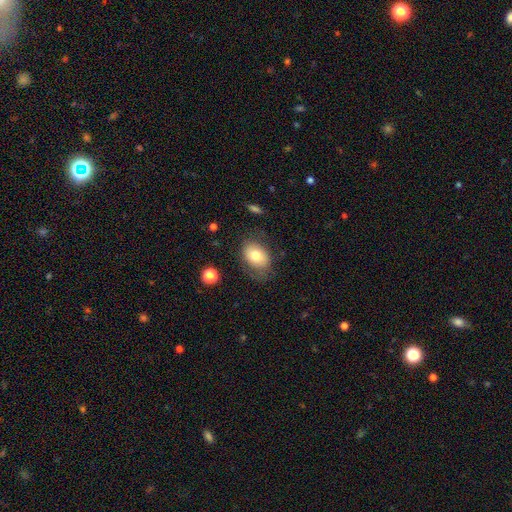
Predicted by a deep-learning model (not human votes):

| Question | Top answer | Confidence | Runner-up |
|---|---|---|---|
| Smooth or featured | smooth | 73% | featured or disk (19%) |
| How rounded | in between | 76% | round (23%) |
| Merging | none | 67% | minor disturbance (21%) |